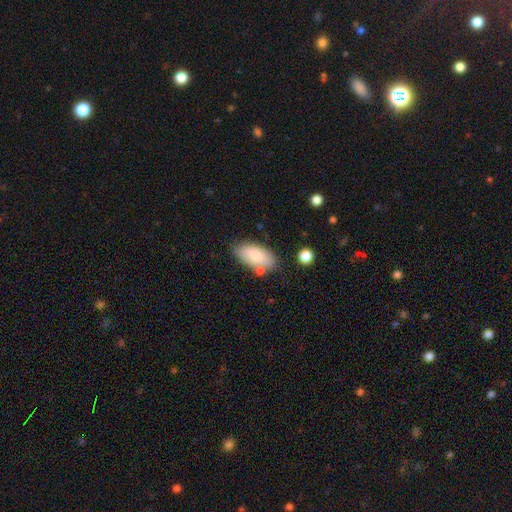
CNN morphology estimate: smooth-or-featured: smooth: 78% | featured or disk: 16% | star or artifact: 7%
  how-rounded: in between: 93% | cigar-shaped: 4% | round: 3%
  merging: none: 68% | minor disturbance: 18% | merger: 10% | major disturbance: 4%